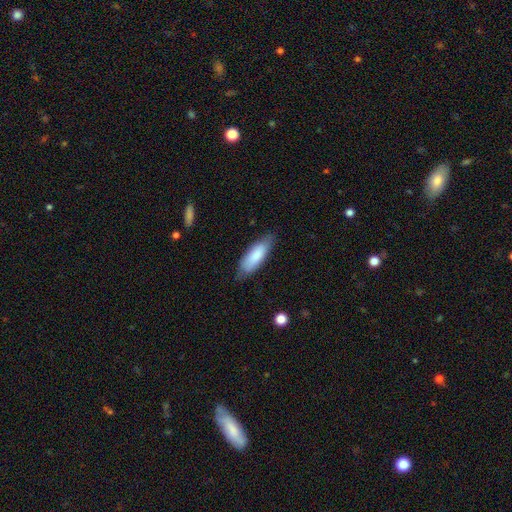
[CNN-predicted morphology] A smooth galaxy with no disk features (82%) that is in between round and cigar-shaped (65%). Merging: none (75%).